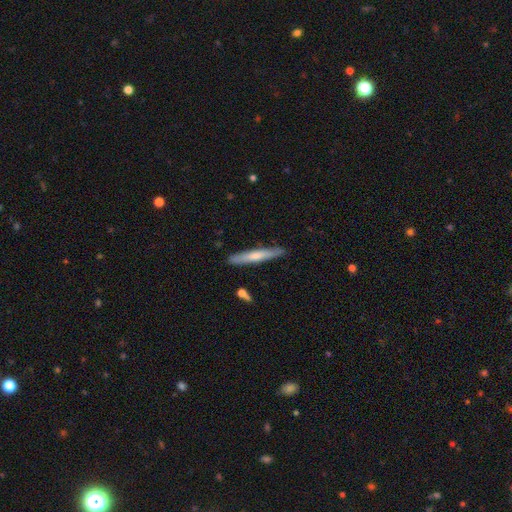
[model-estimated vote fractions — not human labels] A smooth galaxy with no disk features (58%) that is cigar-shaped (95%). Merging: none (87%).